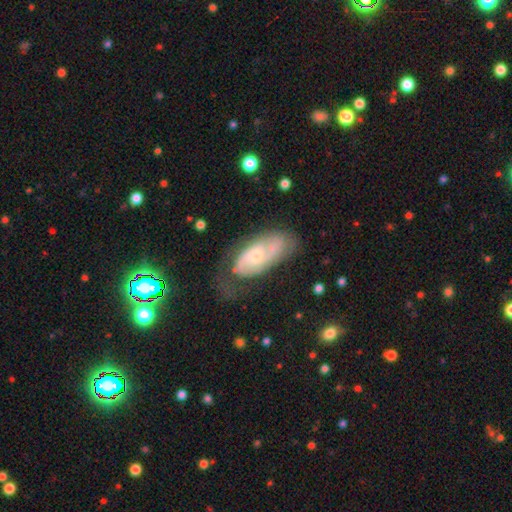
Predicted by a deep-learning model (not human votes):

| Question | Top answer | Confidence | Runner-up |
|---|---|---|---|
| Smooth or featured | featured or disk | 69% | smooth (24%) |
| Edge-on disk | no | 93% | yes (7%) |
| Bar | no | 69% | weak (27%) |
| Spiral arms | yes | 85% | no (15%) |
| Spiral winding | tight | 45% | medium (39%) |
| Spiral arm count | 2 | 48% | can't tell (31%) |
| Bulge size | small | 55% | moderate (39%) |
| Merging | none | 50% | minor disturbance (28%) |